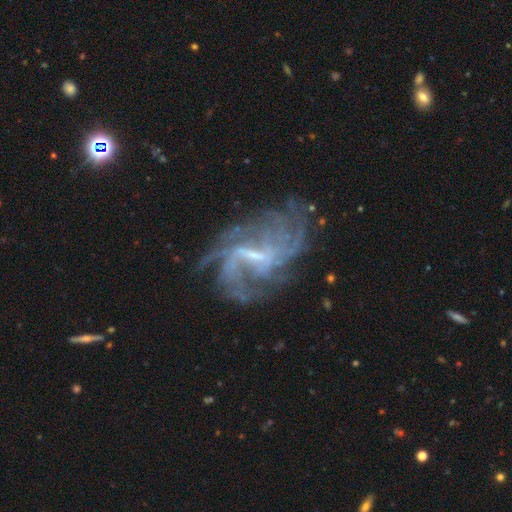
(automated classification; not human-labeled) Q: Smooth or featured?
A: featured or disk (87%); runner-up: star or artifact (8%)
Q: Edge-on disk?
A: no (97%); runner-up: yes (3%)
Q: Bar?
A: weak (50%); runner-up: strong (37%)
Q: Spiral arms?
A: yes (93%); runner-up: no (7%)
Q: Spiral winding?
A: medium (41%); runner-up: tight (32%)
Q: Spiral arm count?
A: can't tell (33%); runner-up: 4 (22%)
Q: Bulge size?
A: small (50%); runner-up: moderate (26%)
Q: Merging?
A: none (60%); runner-up: major disturbance (20%)